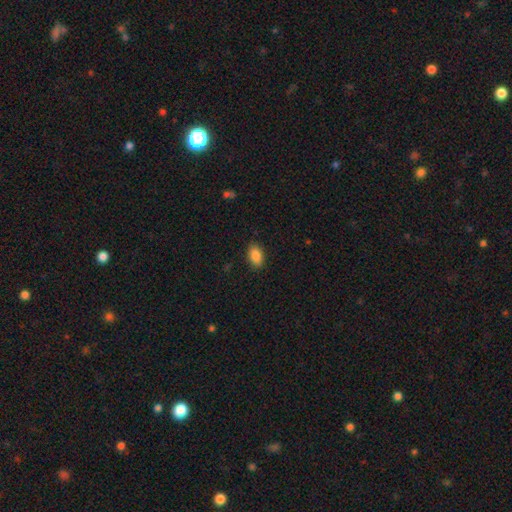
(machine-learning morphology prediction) Smooth or featured? Predicted: smooth (p=0.87). How rounded? Predicted: in between (p=0.90). Merging? Predicted: none (p=0.87).